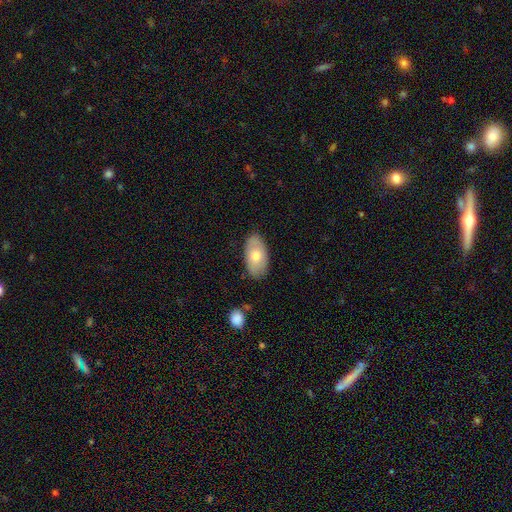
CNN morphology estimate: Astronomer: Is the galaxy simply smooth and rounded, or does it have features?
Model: smooth — 68%.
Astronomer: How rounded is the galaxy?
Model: in between — 94%.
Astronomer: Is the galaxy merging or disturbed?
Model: none — 83%.